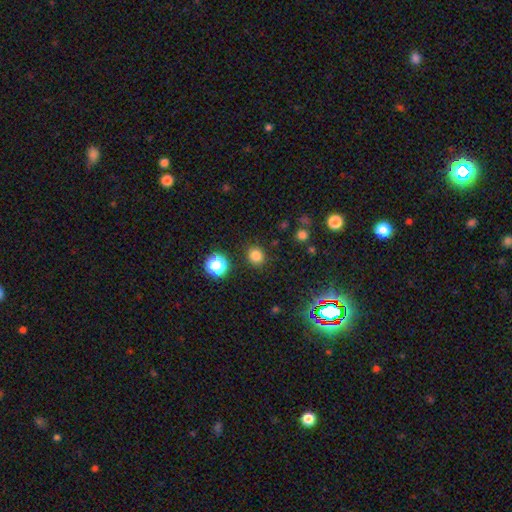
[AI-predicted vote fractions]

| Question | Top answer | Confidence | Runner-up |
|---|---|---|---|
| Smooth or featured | smooth | 80% | star or artifact (16%) |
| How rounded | round | 82% | in between (17%) |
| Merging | none | 88% | minor disturbance (7%) |